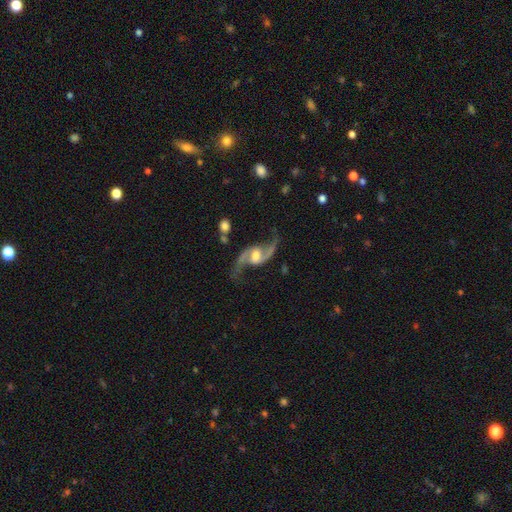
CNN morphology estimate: smooth-or-featured: featured or disk: 92% | star or artifact: 4% | smooth: 4%
  disk-edge-on: no: 97% | yes: 3%
    bar: weak: 48% | no: 30% | strong: 22%
    has-spiral-arms: yes: 98% | no: 2%
      spiral-winding: loose: 73% | medium: 23% | tight: 4%
      spiral-arm-count: 2: 94% | 1: 1% | can't tell: 1% | 3: 1% | 4: 1% | more than 4: 1%
    bulge-size: moderate: 60% | small: 22% | large: 12% | none: 4% | dominant: 2%
  merging: none: 75% | minor disturbance: 14% | major disturbance: 8% | merger: 3%